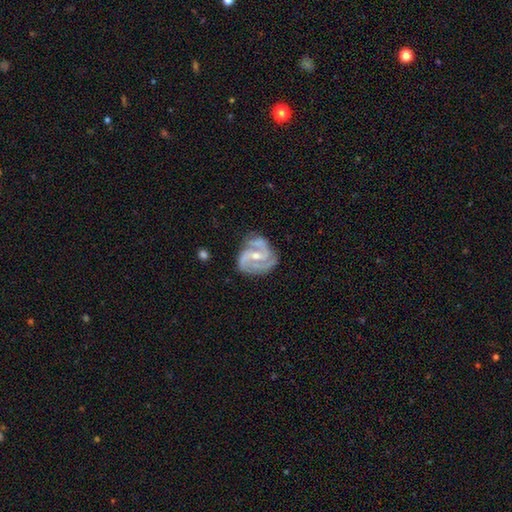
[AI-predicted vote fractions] Morphology: type=featured or disk (90%); edge-on=no (98%); bar=weak (45%); spiral arms=yes (97%); winding=medium (53%); arm count=3 (44%); bulge=moderate (49%); merging=none (64%).